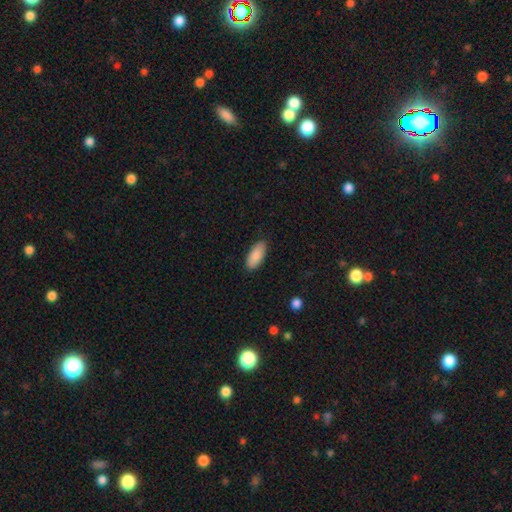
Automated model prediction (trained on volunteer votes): Morphology: type=smooth (89%); roundness=in between (86%); merging=none (88%).